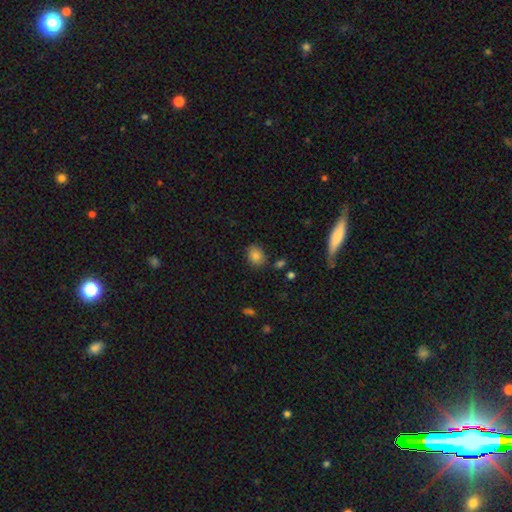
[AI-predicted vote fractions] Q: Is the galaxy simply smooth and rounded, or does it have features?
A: smooth — 81%.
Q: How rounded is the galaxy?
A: in between — 53%.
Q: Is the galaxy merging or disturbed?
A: none — 75%.